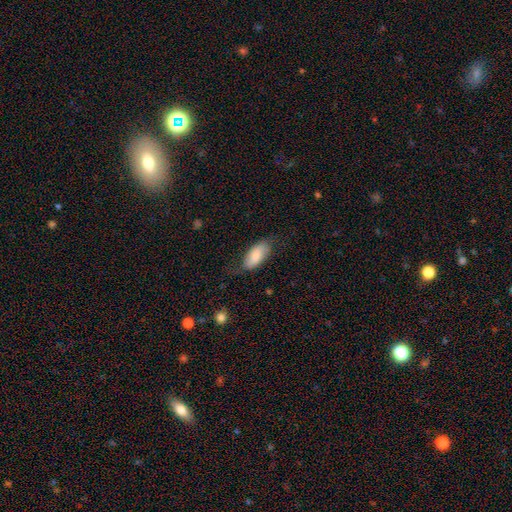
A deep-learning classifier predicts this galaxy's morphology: Smooth or featured? smooth (74%)
How rounded? in between (91%)
Merging? none (63%)